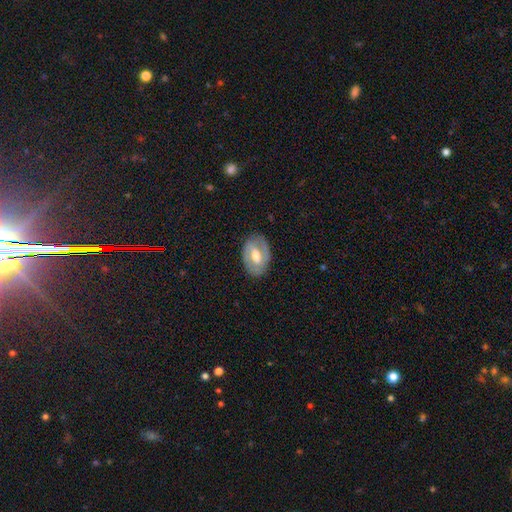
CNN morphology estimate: type=featured or disk (60%); edge-on=no (93%); bar=weak (45%); spiral arms=yes (51%); bulge=moderate (66%); merging=none (82%).